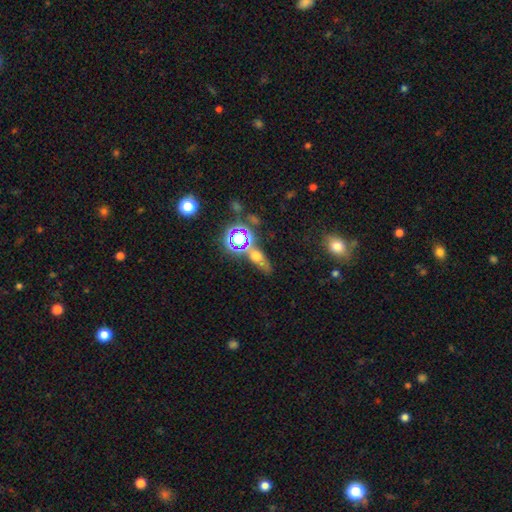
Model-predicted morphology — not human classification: Q: Smooth or featured?
A: smooth (45%); runner-up: star or artifact (36%)
Q: Merging?
A: none (64%); runner-up: merger (15%)